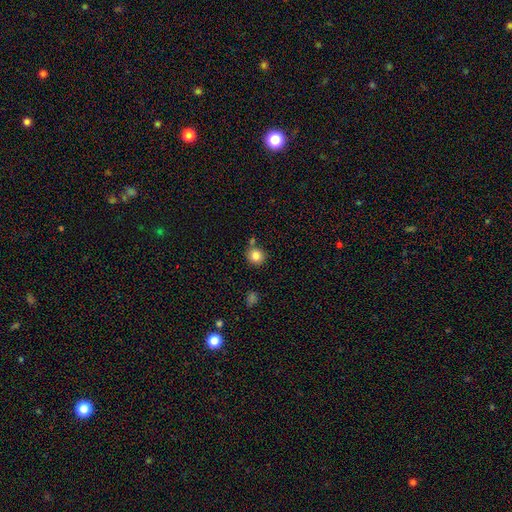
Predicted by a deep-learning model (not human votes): Overall: smooth (83%). How rounded: round (91%). Merging: none (75%).